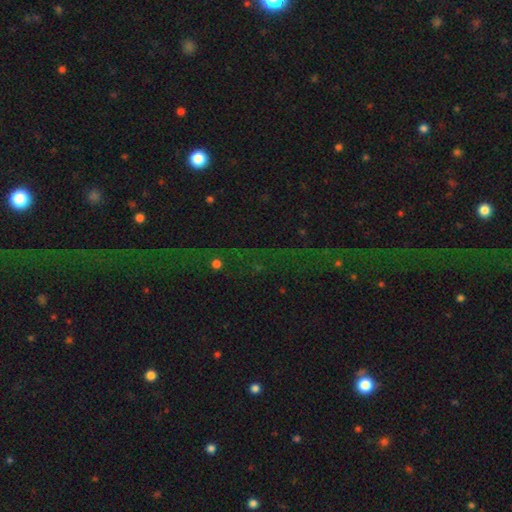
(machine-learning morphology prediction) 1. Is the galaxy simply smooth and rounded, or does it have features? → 72% star or artifact, 16% featured or disk, 12% smooth.